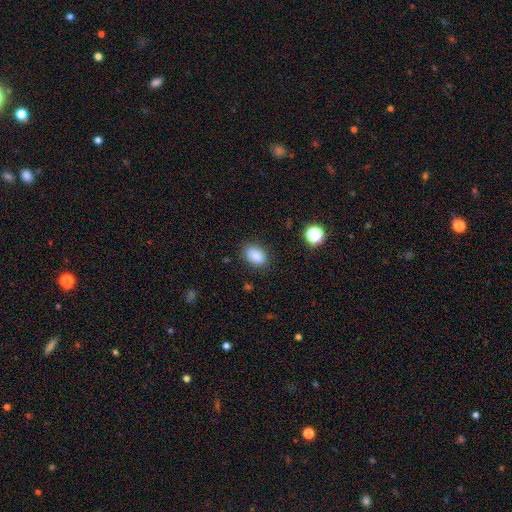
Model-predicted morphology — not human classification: This appears to be a smooth galaxy with no disk features (86%) that is in between round and cigar-shaped (83%). Merging: none (84%).